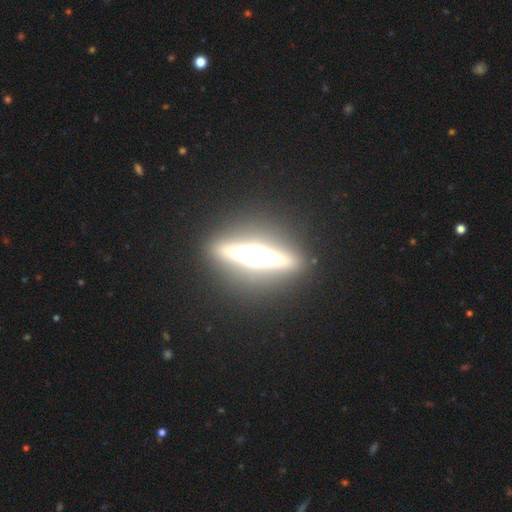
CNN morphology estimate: type=featured or disk (81%); edge-on=yes (96%); edge-on bulge=rounded (88%); merging=none (89%).